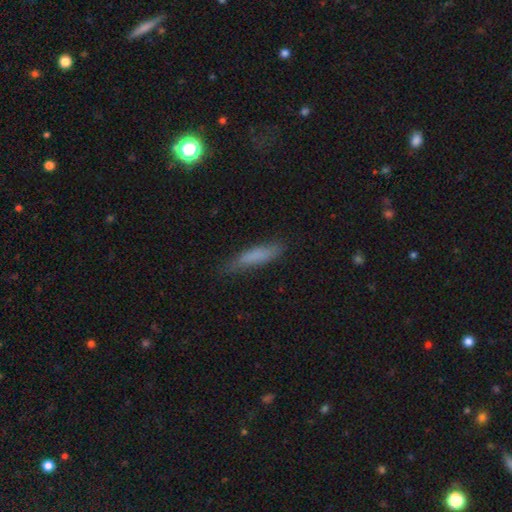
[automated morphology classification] Smooth or featured?
  - smooth: 76% *
  - featured or disk: 15%
  - star or artifact: 8%
How rounded?
  - cigar-shaped: 81% *
  - in between: 18%
  - round: 2%
Merging?
  - none: 71% *
  - minor disturbance: 22%
  - major disturbance: 5%
  - merger: 2%